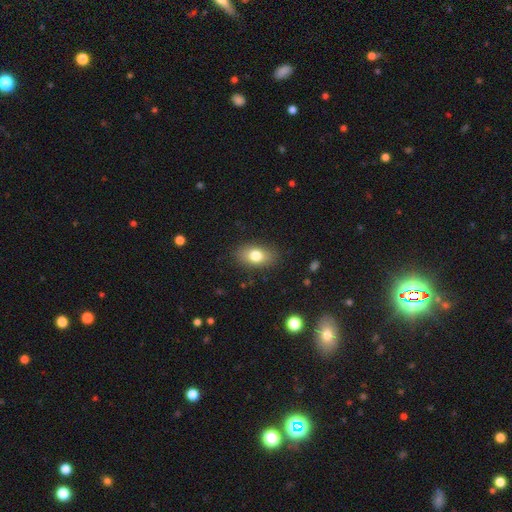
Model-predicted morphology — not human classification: type=smooth (78%); roundness=in between (85%); merging=none (85%).